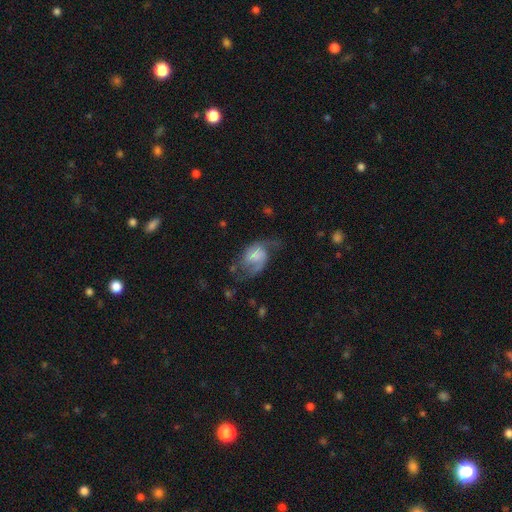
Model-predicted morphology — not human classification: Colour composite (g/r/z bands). It shows a featured or disk galaxy (67%) with no bar (55%), 2 (77%) loose (44%) spiral arms (86%) and a small central bulge (40%). Merging: none (40%).